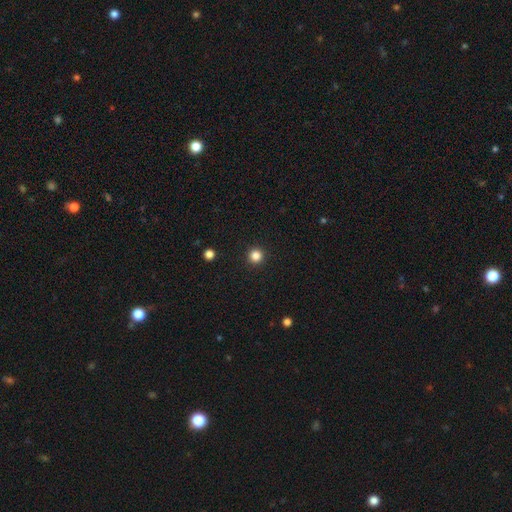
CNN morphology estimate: Overall: smooth (84%). How rounded: round (96%). Merging: none (93%).